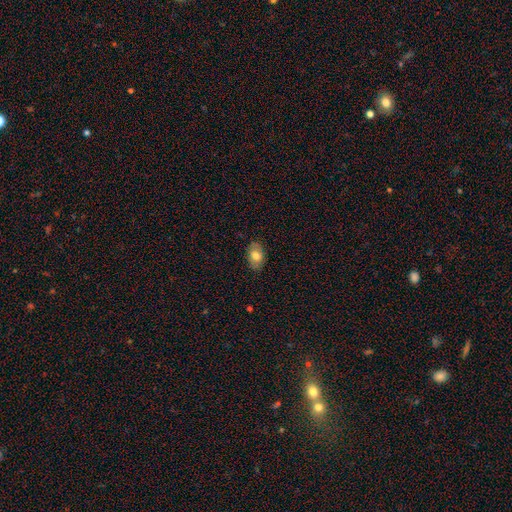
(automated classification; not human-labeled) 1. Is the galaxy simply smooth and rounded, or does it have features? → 75% smooth, 17% featured or disk, 7% star or artifact.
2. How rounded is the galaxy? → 89% in between, 10% round, 1% cigar-shaped.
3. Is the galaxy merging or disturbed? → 84% none, 13% minor disturbance, 3% major disturbance, 1% merger.